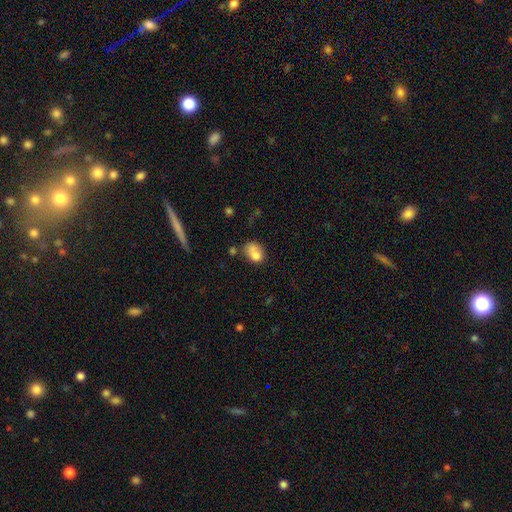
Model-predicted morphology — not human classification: Overall: smooth (77%). How rounded: in between (68%; round 31%). Merging: none (39%; merger 26%).